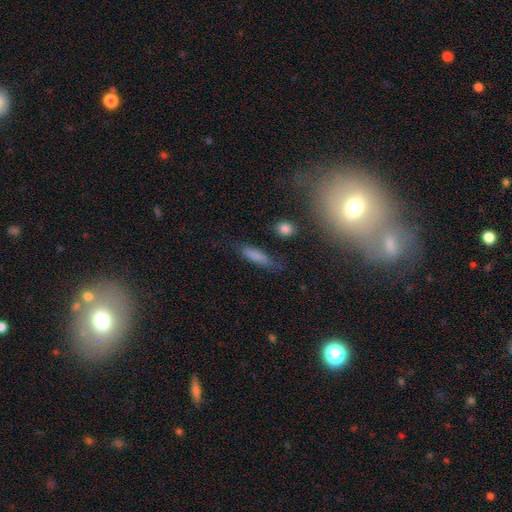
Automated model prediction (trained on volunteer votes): smooth-or-featured: smooth: 77% | featured or disk: 14% | star or artifact: 9%
  how-rounded: cigar-shaped: 70% | in between: 27% | round: 3%
  merging: none: 68% | minor disturbance: 21% | major disturbance: 7% | merger: 4%